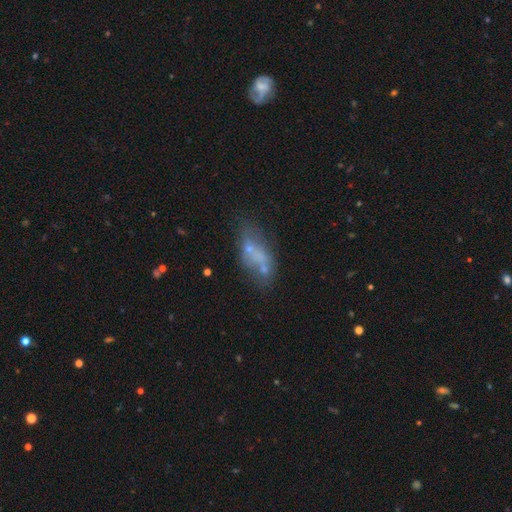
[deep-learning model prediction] Morphology: type=smooth (42%, tied with featured or disk); merging=none (42%).